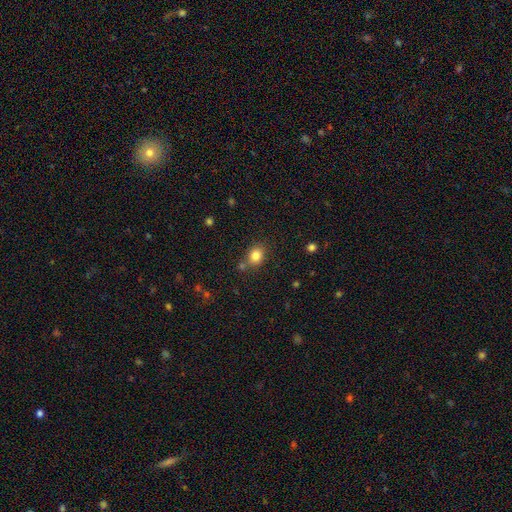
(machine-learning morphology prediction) This is clearly a smooth galaxy (83%). How rounded: likely round (62%). Merging: likely none (73%).